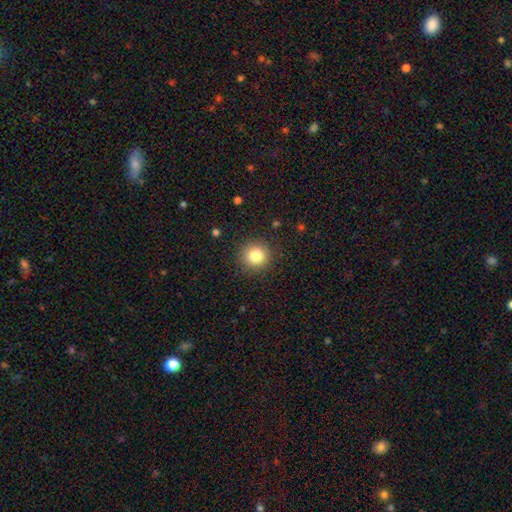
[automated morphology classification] This is clearly a smooth galaxy (82%). How rounded: clearly round (94%). Merging: clearly none (90%).